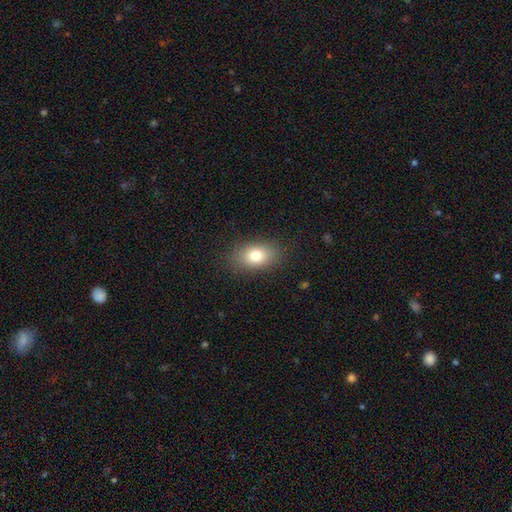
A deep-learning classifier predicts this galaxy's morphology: Q: Smooth or featured?
A: smooth (78%); runner-up: featured or disk (12%)
Q: How rounded?
A: in between (82%); runner-up: round (17%)
Q: Merging?
A: none (86%); runner-up: minor disturbance (10%)